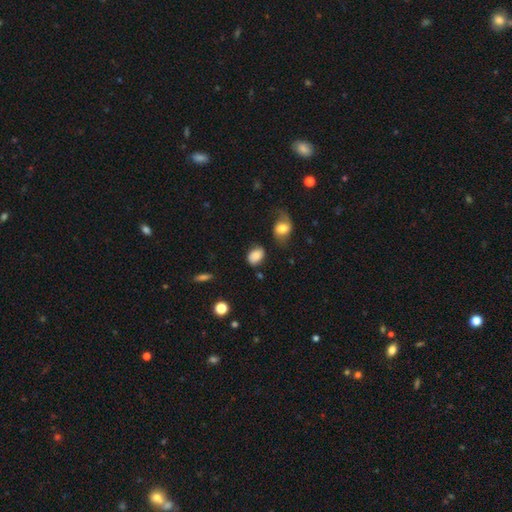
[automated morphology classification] smooth-or-featured: smooth: 80% | featured or disk: 11% | star or artifact: 9%
  how-rounded: in between: 74% | round: 25% | cigar-shaped: 1%
  merging: none: 72% | minor disturbance: 17% | major disturbance: 5% | merger: 5%